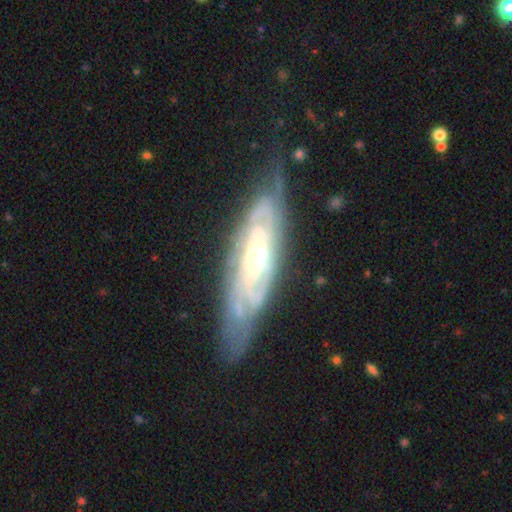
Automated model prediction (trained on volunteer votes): Smooth or featured? Predicted: featured or disk (p=0.85). Edge-on disk? Predicted: no (p=0.79). Bar? Predicted: no (p=0.61). Spiral arms? Predicted: yes (p=0.91). Spiral winding? Predicted: tight (p=0.74). Spiral arm count? Predicted: can't tell (p=0.54). Bulge size? Predicted: moderate (p=0.51). Merging? Predicted: none (p=0.69).